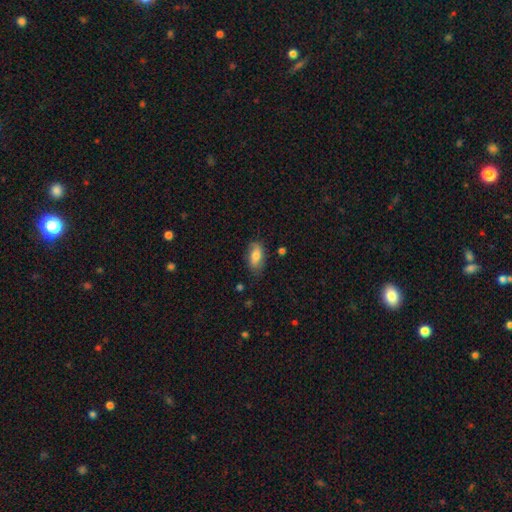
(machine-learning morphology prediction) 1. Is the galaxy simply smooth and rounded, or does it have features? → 72% smooth, 21% featured or disk, 7% star or artifact.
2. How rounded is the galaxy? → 90% in between, 6% cigar-shaped, 4% round.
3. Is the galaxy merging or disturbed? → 67% none, 25% minor disturbance, 6% major disturbance, 2% merger.